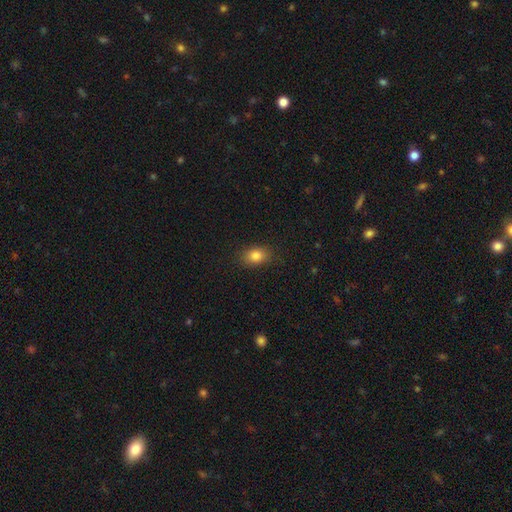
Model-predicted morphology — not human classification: smooth_or_featured: smooth (p=0.84) [alt: star or artifact p=0.10]
how_rounded: in between (p=0.74) [alt: round p=0.25]
merging: none (p=0.86) [alt: minor disturbance p=0.10]